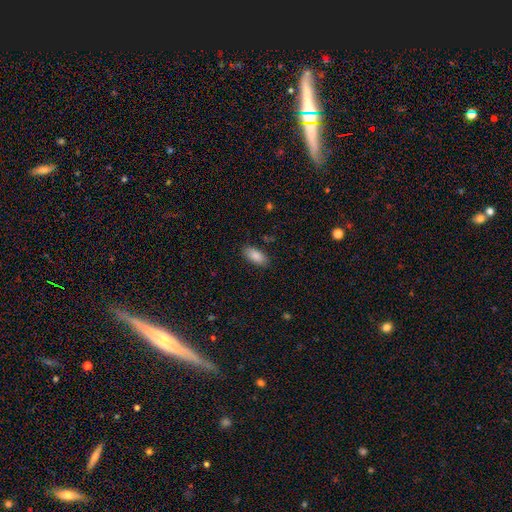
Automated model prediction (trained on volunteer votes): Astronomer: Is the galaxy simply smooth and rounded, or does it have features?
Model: smooth — 87%.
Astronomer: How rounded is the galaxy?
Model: in between — 89%.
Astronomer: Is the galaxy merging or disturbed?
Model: none — 87%.